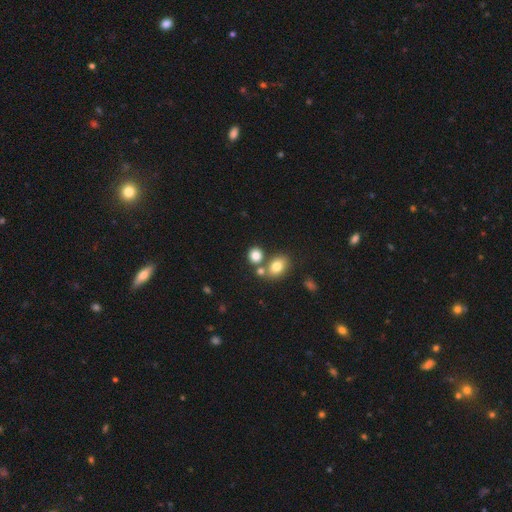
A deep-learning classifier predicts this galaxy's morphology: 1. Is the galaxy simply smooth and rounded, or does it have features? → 80% smooth, 12% star or artifact, 9% featured or disk.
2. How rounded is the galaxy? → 70% round, 29% in between, 1% cigar-shaped.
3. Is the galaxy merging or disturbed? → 58% none, 29% merger, 9% minor disturbance, 4% major disturbance.